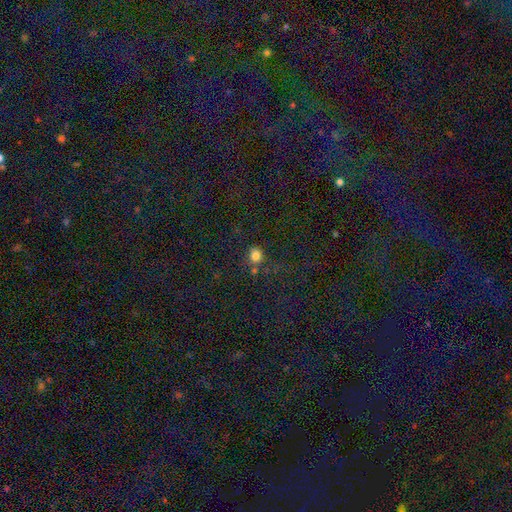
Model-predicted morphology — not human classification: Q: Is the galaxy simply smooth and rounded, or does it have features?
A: smooth — 79%.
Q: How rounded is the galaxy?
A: round — 73%.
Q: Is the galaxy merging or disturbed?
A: none — 69%.